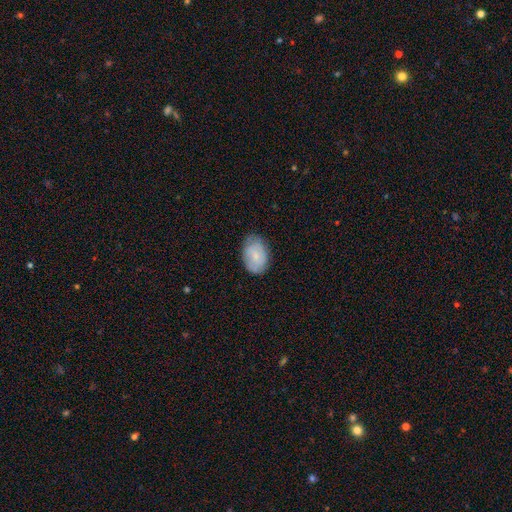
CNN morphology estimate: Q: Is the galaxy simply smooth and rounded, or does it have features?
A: smooth — 70%.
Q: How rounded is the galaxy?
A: in between — 86%.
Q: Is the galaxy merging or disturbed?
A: none — 73%.